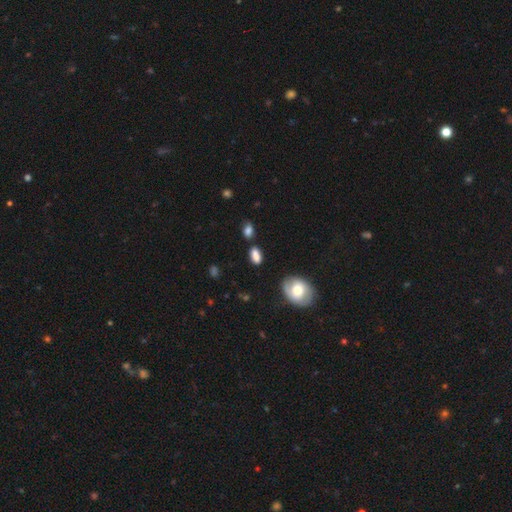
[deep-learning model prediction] Smooth or featured: smooth — 81% (star or artifact — 9%)
How rounded: in between — 84% (round — 8%)
Merging: none — 72% (minor disturbance — 16%)